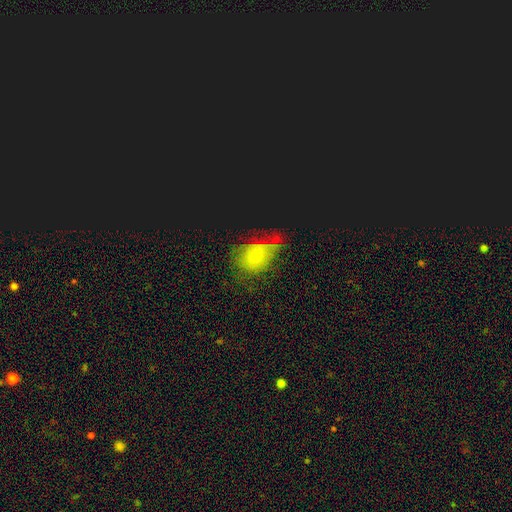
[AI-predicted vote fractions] Smooth or featured? smooth (52%)
How rounded? in between (68%)
Merging? none (44%)